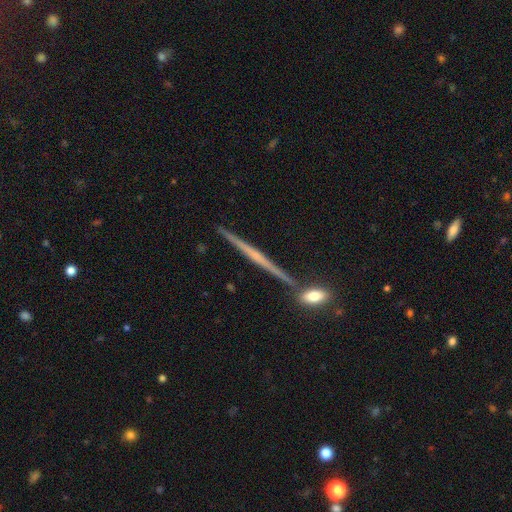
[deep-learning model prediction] This appears to be a featured or disk galaxy (73%) viewed edge-on (98%) with no central bulge (61%). Merging: none (85%).